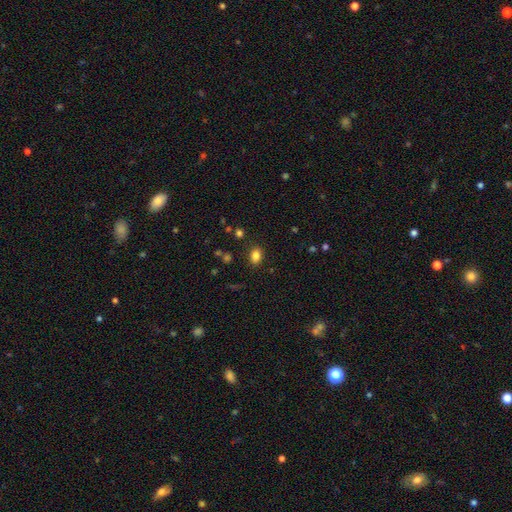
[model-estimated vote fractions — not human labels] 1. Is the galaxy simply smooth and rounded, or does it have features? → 83% smooth, 12% star or artifact, 6% featured or disk.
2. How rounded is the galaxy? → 75% in between, 24% round, 1% cigar-shaped.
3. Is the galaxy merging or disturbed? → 85% none, 10% minor disturbance, 3% major disturbance, 2% merger.